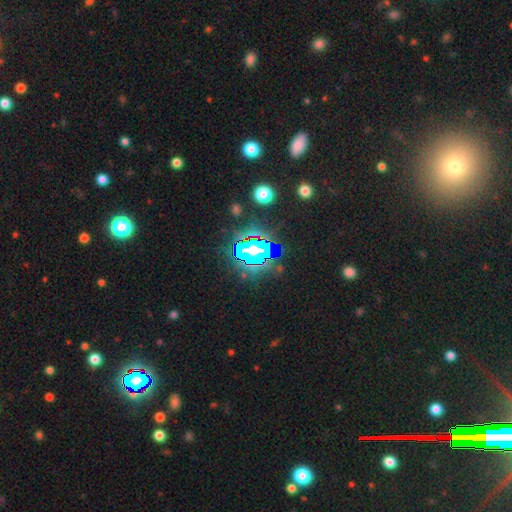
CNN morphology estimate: Q: Smooth or featured?
A: star or artifact (68%); runner-up: smooth (18%)